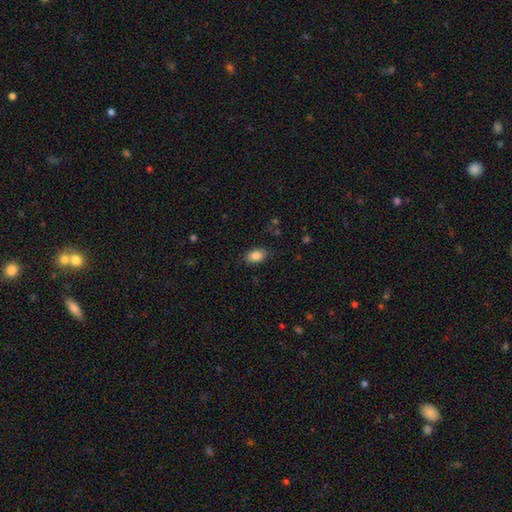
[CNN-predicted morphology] Smooth or featured? Predicted: smooth (p=0.87). How rounded? Predicted: in between (p=0.87). Merging? Predicted: none (p=0.82).